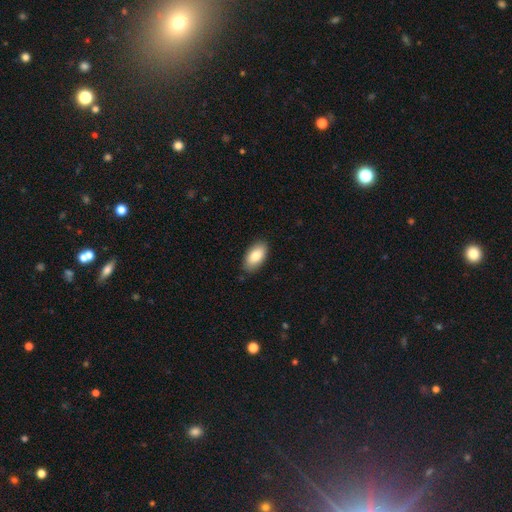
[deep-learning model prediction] Overall: smooth (83%). How rounded: in between (94%). Merging: none (86%).